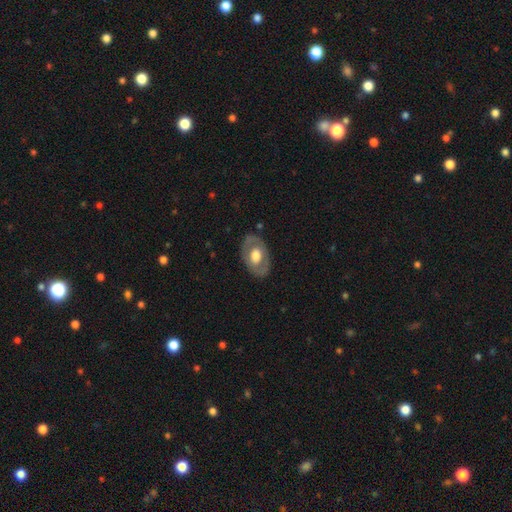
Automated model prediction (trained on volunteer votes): This appears to be a featured or disk galaxy (50%). Merging: none (82%).